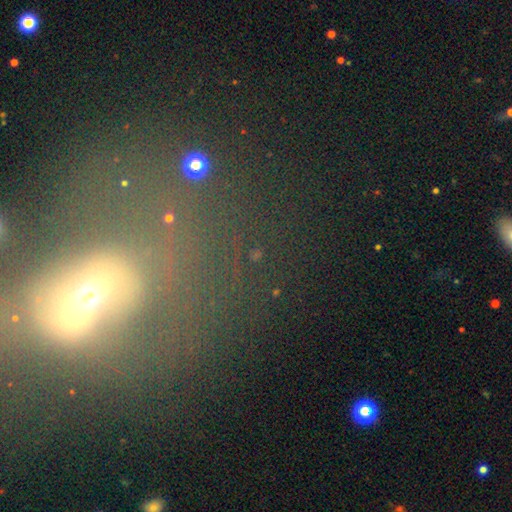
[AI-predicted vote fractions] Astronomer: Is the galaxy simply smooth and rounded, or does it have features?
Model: featured or disk — 36% (runner-up: smooth, 34%).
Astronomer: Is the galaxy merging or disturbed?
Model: none — 41% (runner-up: major disturbance, 28%).